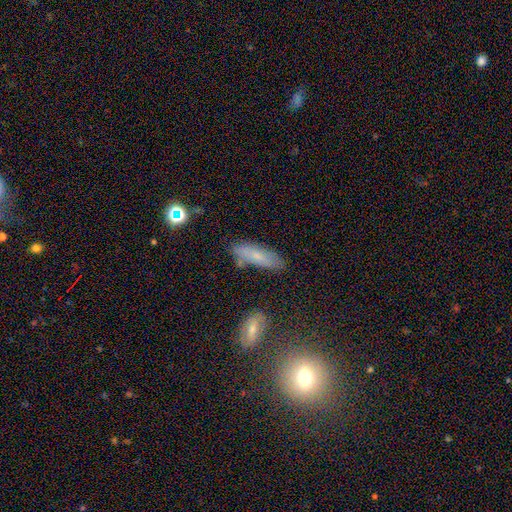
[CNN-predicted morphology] smooth_or_featured: smooth (p=0.66) [alt: featured or disk p=0.24]
how_rounded: in between (p=0.49) [tied with: cigar-shaped p=0.49]
merging: none (p=0.74) [alt: minor disturbance p=0.17]